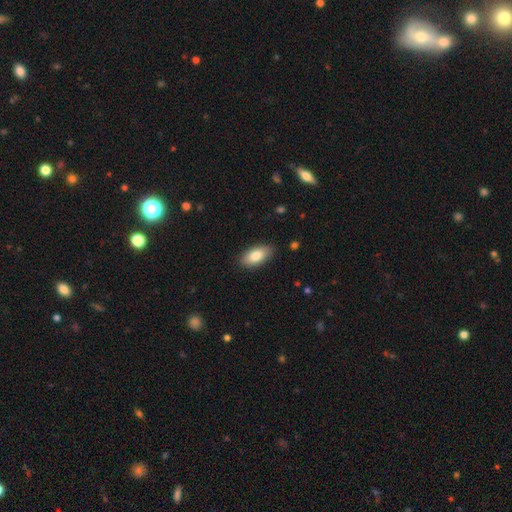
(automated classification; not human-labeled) Smooth or featured: smooth — 84% (featured or disk — 10%)
How rounded: in between — 92% (cigar-shaped — 6%)
Merging: none — 86% (minor disturbance — 10%)